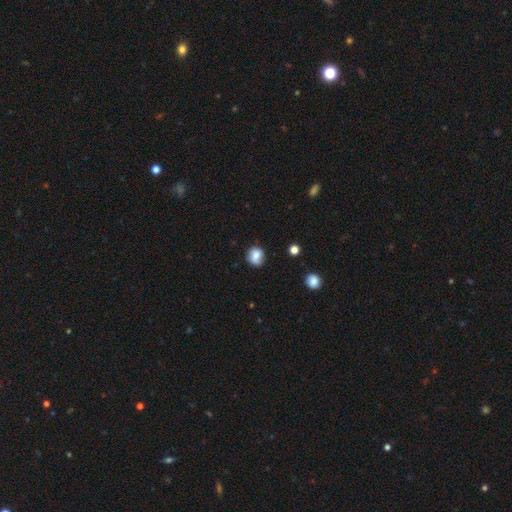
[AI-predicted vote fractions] Overall: smooth (74%). How rounded: round (78%). Merging: none (69%).